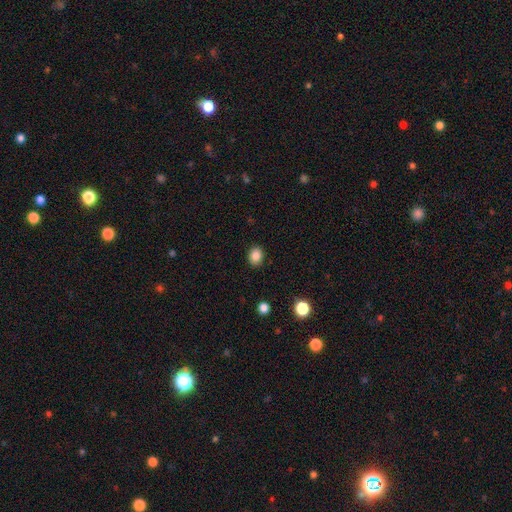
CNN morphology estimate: Smooth or featured? Predicted: smooth (p=0.86). How rounded? Predicted: round (p=0.54). Merging? Predicted: none (p=0.89).